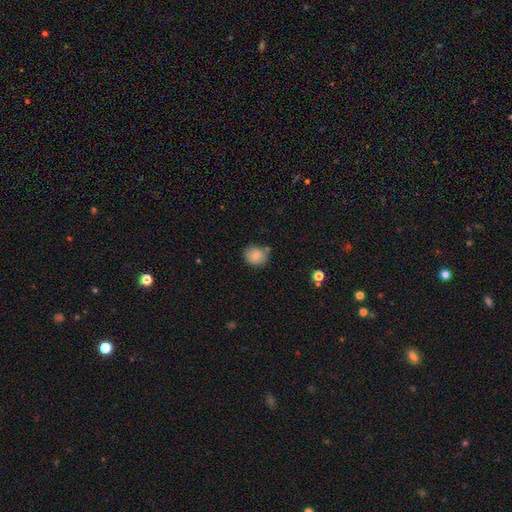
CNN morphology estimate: Smooth or featured? smooth (80%)
How rounded? round (78%)
Merging? none (71%)